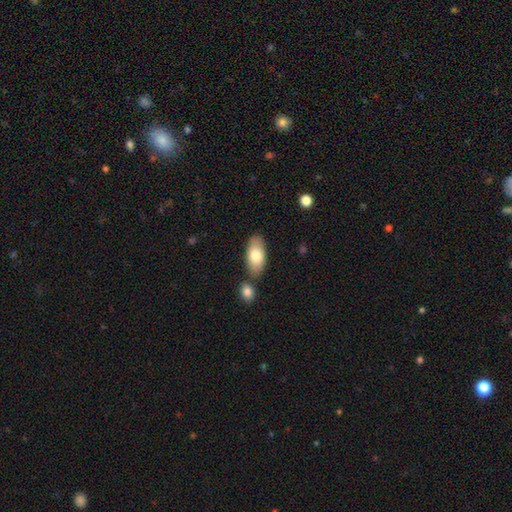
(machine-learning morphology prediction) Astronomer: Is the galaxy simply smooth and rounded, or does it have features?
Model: smooth — 78%.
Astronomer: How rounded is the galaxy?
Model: in between — 92%.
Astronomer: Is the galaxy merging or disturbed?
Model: none — 73%.